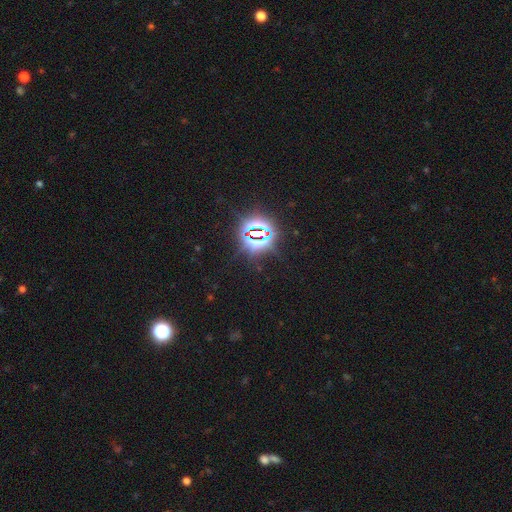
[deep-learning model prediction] Smooth or featured: star or artifact — 81% (smooth — 13%)